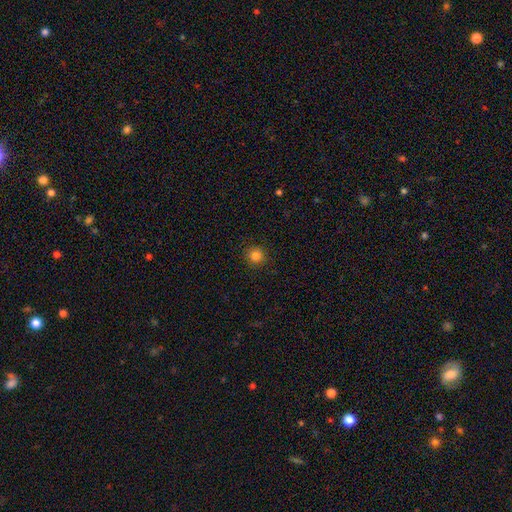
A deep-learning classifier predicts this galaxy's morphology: Smooth or featured: smooth — 84% (star or artifact — 12%)
How rounded: round — 93% (in between — 6%)
Merging: none — 91% (minor disturbance — 6%)